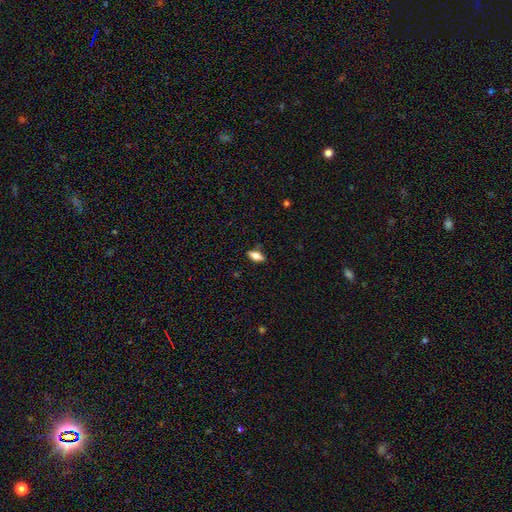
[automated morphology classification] smooth_or_featured: smooth (p=0.66) [alt: featured or disk p=0.25]
how_rounded: in between (p=0.79) [alt: cigar-shaped p=0.18]
merging: none (p=0.85) [alt: minor disturbance p=0.11]